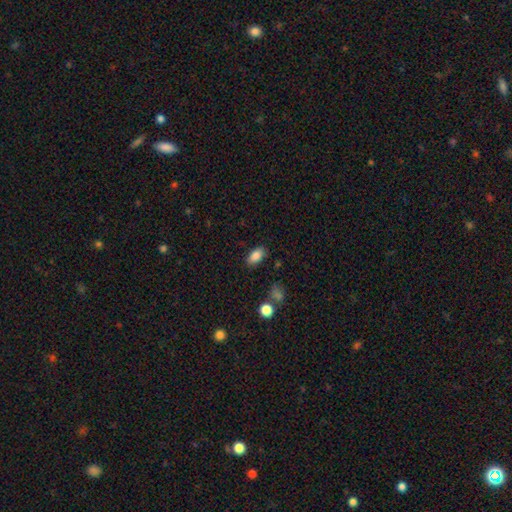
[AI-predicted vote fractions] A smooth galaxy with no disk features (85%) that is in between round and cigar-shaped (91%).

Vote fractions:
- Smooth or featured? smooth: 85% / star or artifact: 9% / featured or disk: 6%
- How rounded? in between: 91% / round: 6% / cigar-shaped: 3%
- Merging? none: 84% / minor disturbance: 11% / major disturbance: 3% / merger: 2%